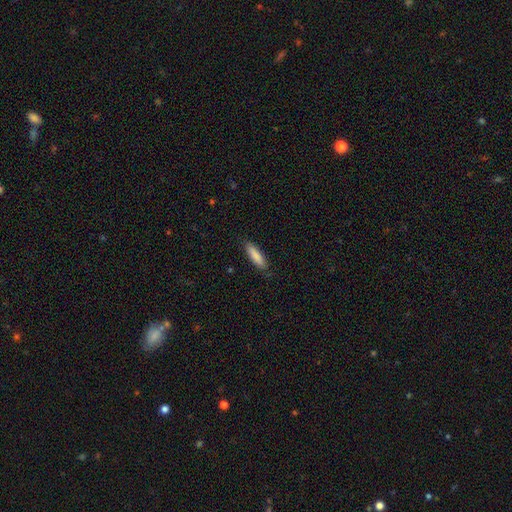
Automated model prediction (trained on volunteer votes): The model was most divided on "how rounded": cigar-shaped: 64%, in between: 35%, round: 1%. More confident: smooth or featured — smooth (86%); merging — none (85%).